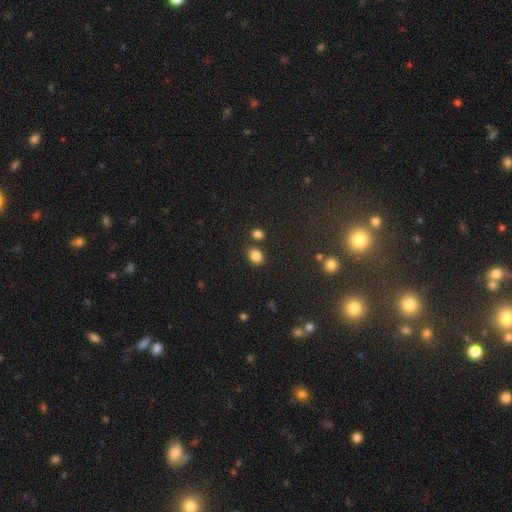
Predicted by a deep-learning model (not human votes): A smooth galaxy with no disk features (84%) that is in between round and cigar-shaped (52%). Merging: none (76%).